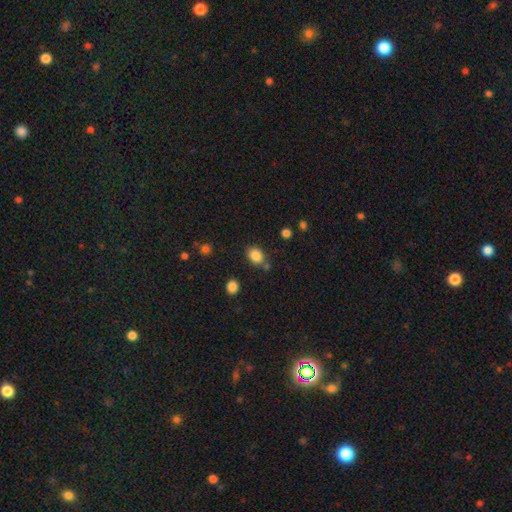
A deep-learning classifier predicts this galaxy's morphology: Smooth or featured? Predicted: smooth (p=0.85). How rounded? Predicted: in between (p=0.62). Merging? Predicted: none (p=0.73).